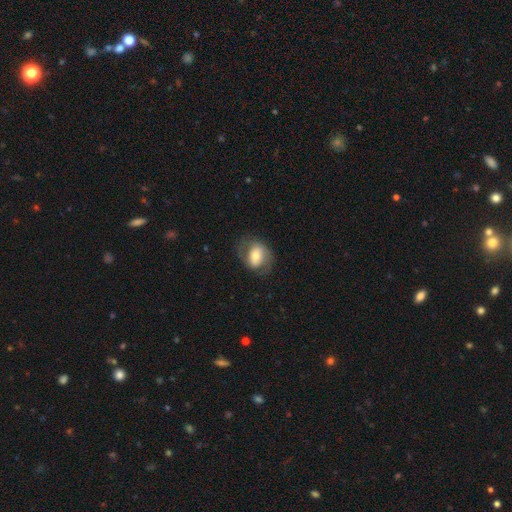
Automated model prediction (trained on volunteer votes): smooth 51%, featured or disk 41%, star or artifact 7%. Down the decision tree: how rounded — in between (61%); merging — none (70%).